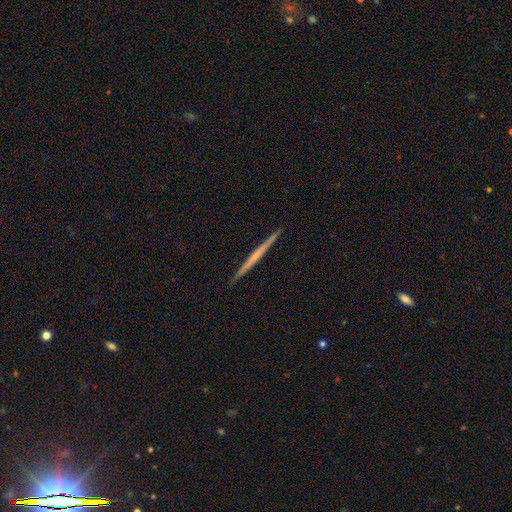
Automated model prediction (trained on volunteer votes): featured or disk 62%, smooth 32%, star or artifact 5%. Down the decision tree: edge-on disk — yes (98%); edge-on bulge — none (79%); merging — none (92%).